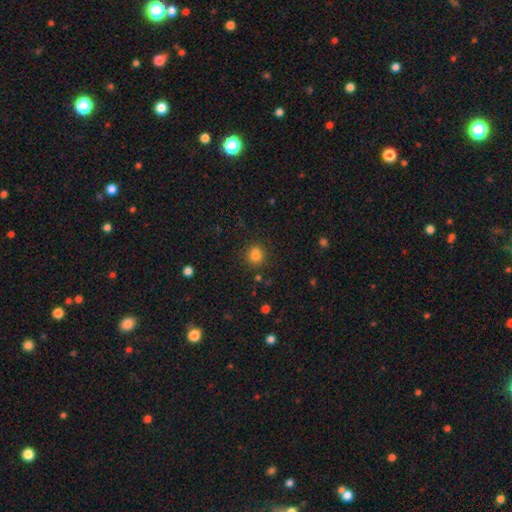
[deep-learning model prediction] Q: Smooth or featured?
A: smooth (81%); runner-up: star or artifact (13%)
Q: How rounded?
A: round (81%); runner-up: in between (18%)
Q: Merging?
A: none (82%); runner-up: minor disturbance (11%)